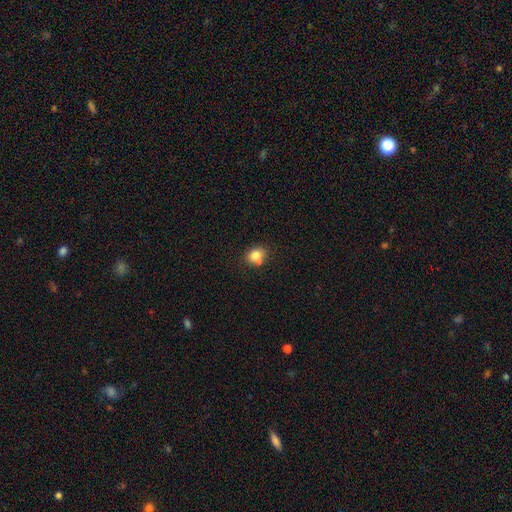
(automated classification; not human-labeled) This appears to be a smooth galaxy with no disk features (80%) that is round (61%). Merging: none (62%).